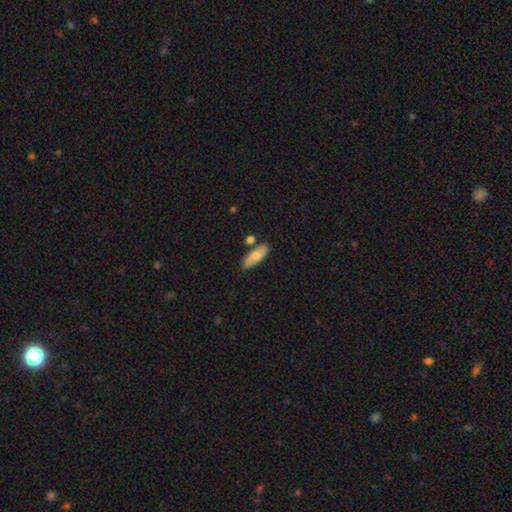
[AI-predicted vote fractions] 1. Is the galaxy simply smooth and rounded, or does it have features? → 68% smooth, 25% featured or disk, 6% star or artifact.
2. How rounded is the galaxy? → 67% in between, 30% cigar-shaped, 3% round.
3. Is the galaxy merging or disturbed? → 76% none, 12% minor disturbance, 9% merger, 3% major disturbance.